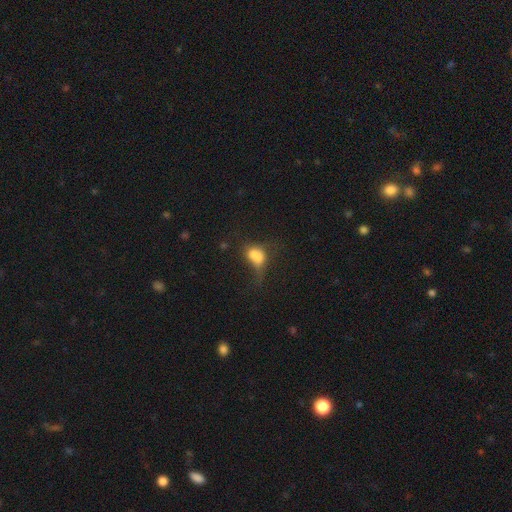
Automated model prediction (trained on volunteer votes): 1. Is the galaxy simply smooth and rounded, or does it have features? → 67% smooth, 20% featured or disk, 12% star or artifact.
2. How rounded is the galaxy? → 69% in between, 27% round, 4% cigar-shaped.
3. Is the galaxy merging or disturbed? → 31% major disturbance, 28% merger, 21% none, 20% minor disturbance.